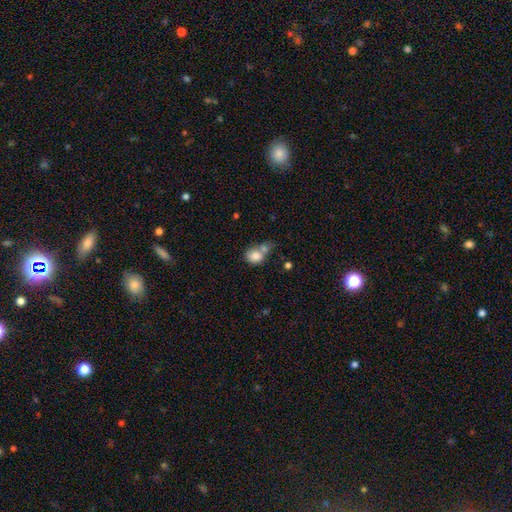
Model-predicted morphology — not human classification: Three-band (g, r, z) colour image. It shows a smooth galaxy with no disk features (81%) that is round (62%). Merging: merger (52%).